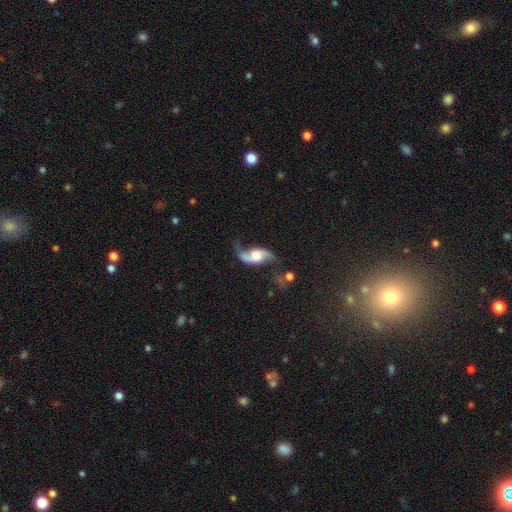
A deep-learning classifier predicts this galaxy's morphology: This is clearly a featured or disk galaxy (82%). It is clearly not viewed edge-on (95%). Bar: possibly no (57%). Spiral arm pattern: clearly yes (94%). Spiral arm count: clearly 2 (92%). Spiral winding: likely loose (80%). Central bulge: marginally large (40%). Merging: possibly none (56%).